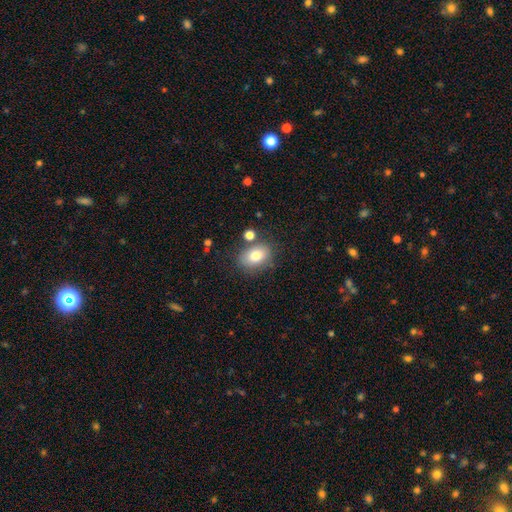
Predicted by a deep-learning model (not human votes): Overall: smooth (79%). How rounded: in between (75%). Merging: none (73%).